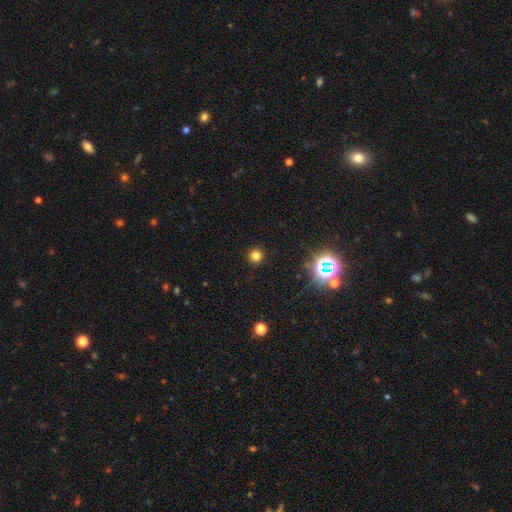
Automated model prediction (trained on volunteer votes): This appears to be a smooth galaxy with no disk features (77%) that is round (95%). Merging: none (92%).